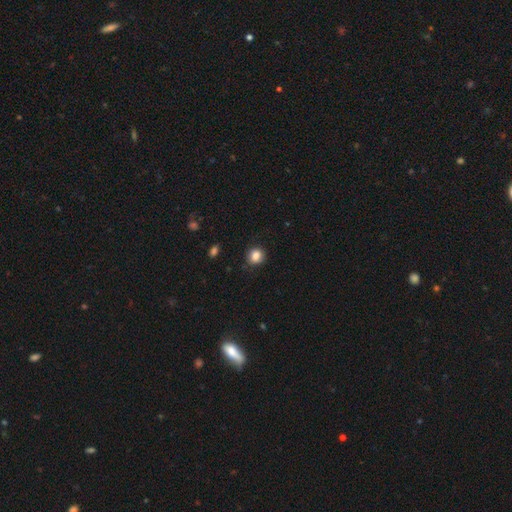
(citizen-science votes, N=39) Smooth or featured?
  - smooth: 90% *
  - featured or disk: 5%
  - star or artifact: 5%
How rounded?
  - round: 89% *
  - in between: 11%
  - cigar-shaped: 0%
Merging?
  - none: 81% *
  - minor disturbance: 16%
  - major disturbance: 3%
  - merger: 0%